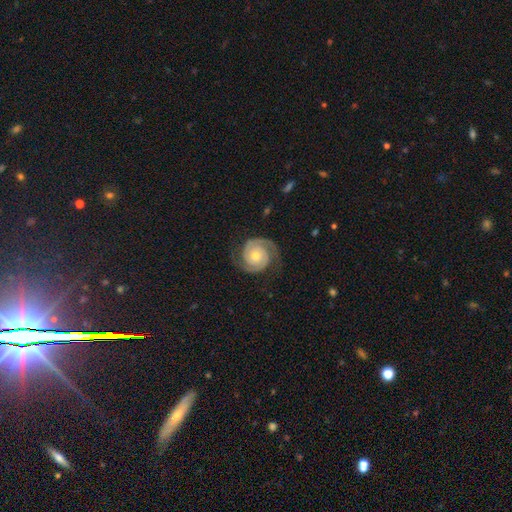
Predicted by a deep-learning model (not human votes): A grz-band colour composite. It shows a featured or disk galaxy (91%) with no bar (77%), 2 (93%) tight (62%) spiral arms (98%) and a moderate central bulge (61%). Merging: none (82%).